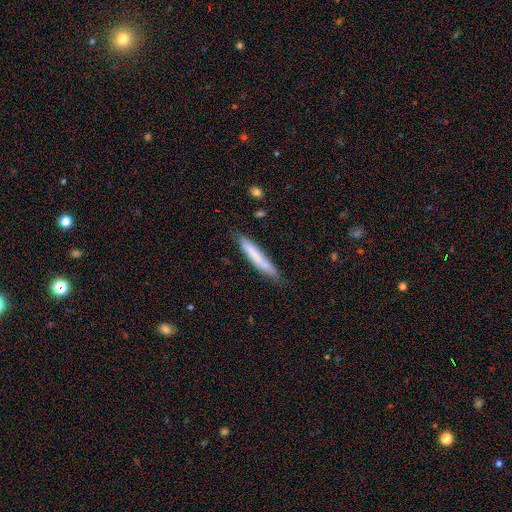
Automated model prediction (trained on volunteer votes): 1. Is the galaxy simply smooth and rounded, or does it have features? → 71% smooth, 23% featured or disk, 6% star or artifact.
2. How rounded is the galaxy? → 94% cigar-shaped, 5% in between, 1% round.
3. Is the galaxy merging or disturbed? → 77% none, 18% minor disturbance, 3% major disturbance, 2% merger.